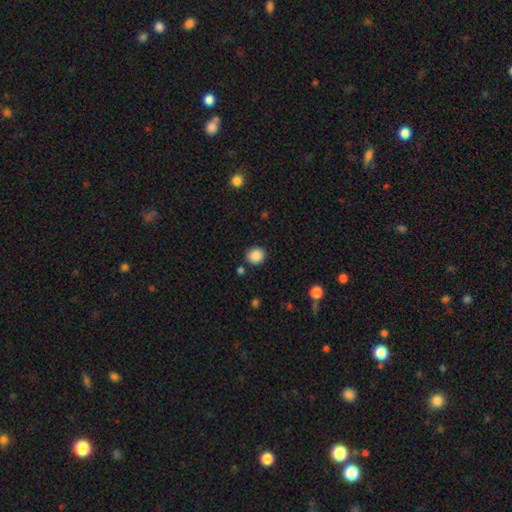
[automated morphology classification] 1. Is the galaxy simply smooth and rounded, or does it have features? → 88% smooth, 9% star or artifact, 3% featured or disk.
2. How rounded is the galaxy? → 79% round, 20% in between, 1% cigar-shaped.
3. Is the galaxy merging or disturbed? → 86% none, 9% minor disturbance, 3% merger, 3% major disturbance.